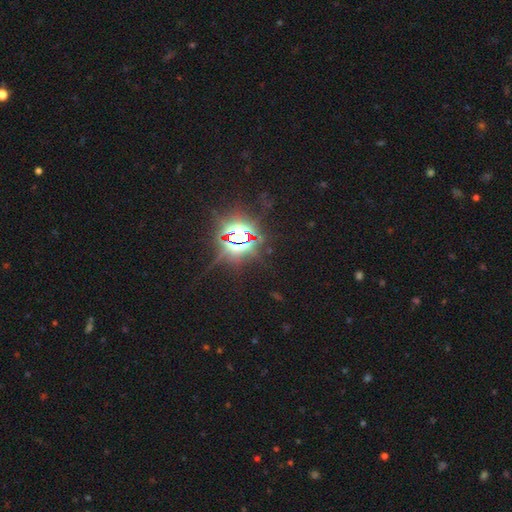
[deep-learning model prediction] A star or artifact, not a galaxy (87%).